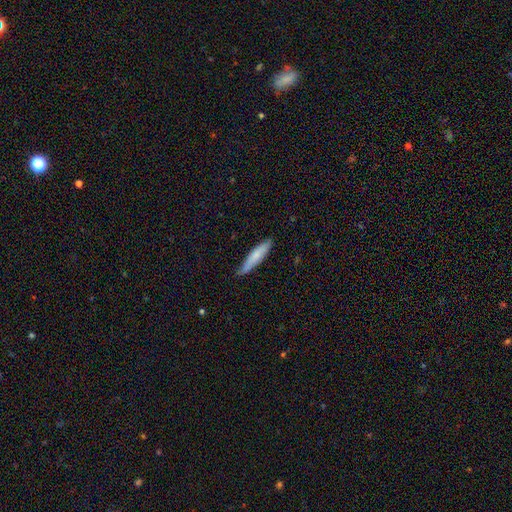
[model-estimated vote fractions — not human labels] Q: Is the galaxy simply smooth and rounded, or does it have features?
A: smooth — 71%.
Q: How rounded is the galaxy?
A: cigar-shaped — 86%.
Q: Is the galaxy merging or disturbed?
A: none — 78%.